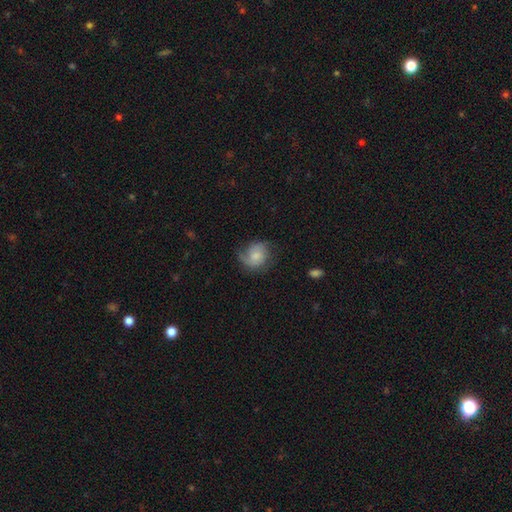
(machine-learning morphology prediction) Smooth or featured? smooth (49%)
Merging? none (54%)